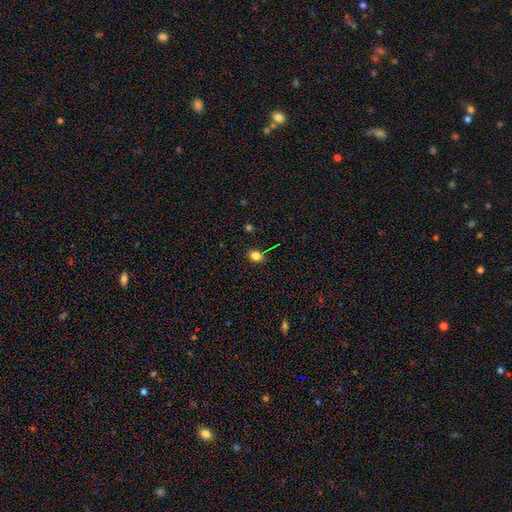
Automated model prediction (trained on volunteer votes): Smooth or featured?
  - smooth: 80% *
  - star or artifact: 14%
  - featured or disk: 6%
How rounded?
  - in between: 57% *
  - round: 41%
  - cigar-shaped: 2%
Merging?
  - none: 77% *
  - minor disturbance: 16%
  - major disturbance: 4%
  - merger: 3%